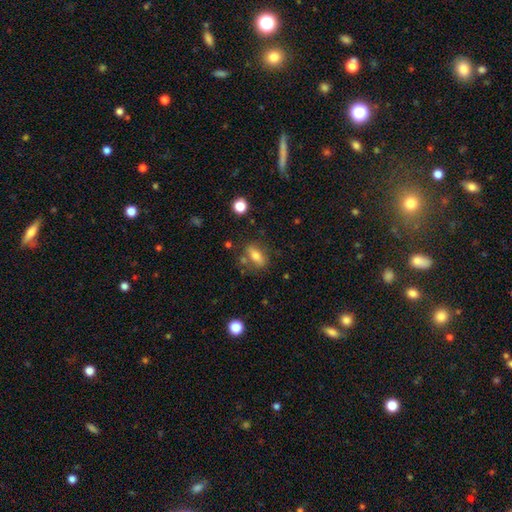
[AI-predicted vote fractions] A smooth galaxy with no disk features (72%) that is in between round and cigar-shaped (75%). Merging: none (71%).